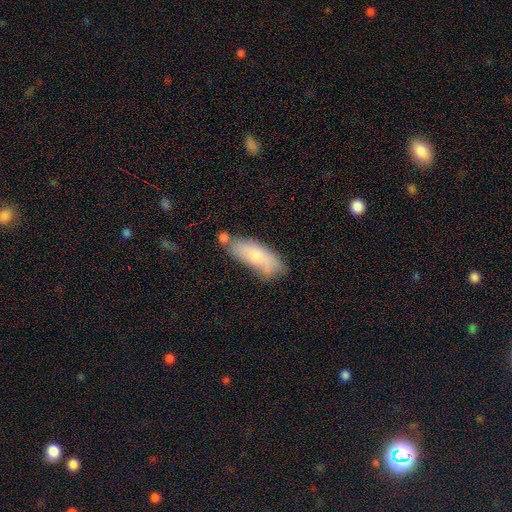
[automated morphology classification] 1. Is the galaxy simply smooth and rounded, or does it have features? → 72% smooth, 22% featured or disk, 6% star or artifact.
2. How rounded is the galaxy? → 72% in between, 26% cigar-shaped, 2% round.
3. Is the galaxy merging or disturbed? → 51% none, 24% minor disturbance, 18% merger, 7% major disturbance.